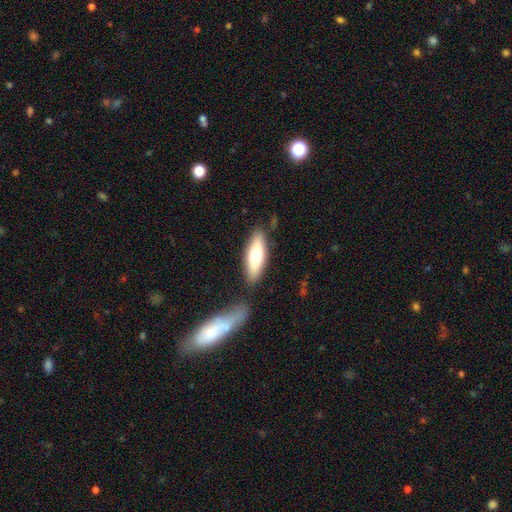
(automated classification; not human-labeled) Overall: smooth (63%; featured or disk 31%). How rounded: in between (58%; cigar-shaped 40%). Merging: none (79%).